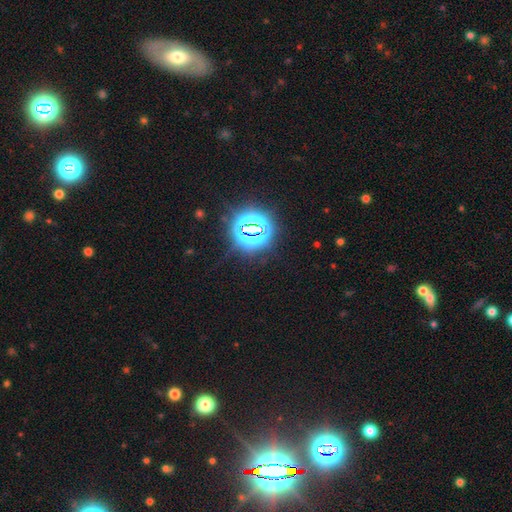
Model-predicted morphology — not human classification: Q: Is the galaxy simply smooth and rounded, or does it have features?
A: star or artifact — 74%.